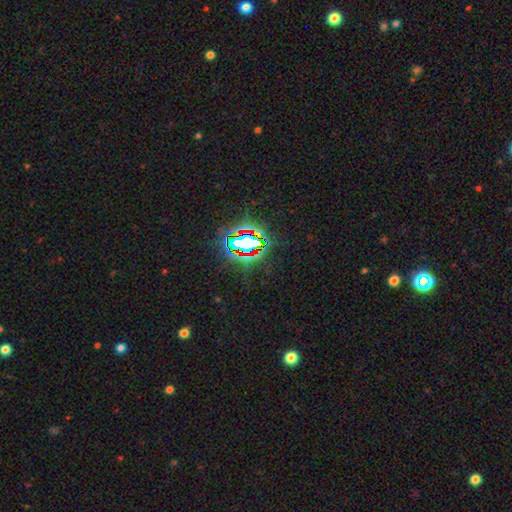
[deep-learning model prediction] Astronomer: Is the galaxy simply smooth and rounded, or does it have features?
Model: star or artifact — 79%.